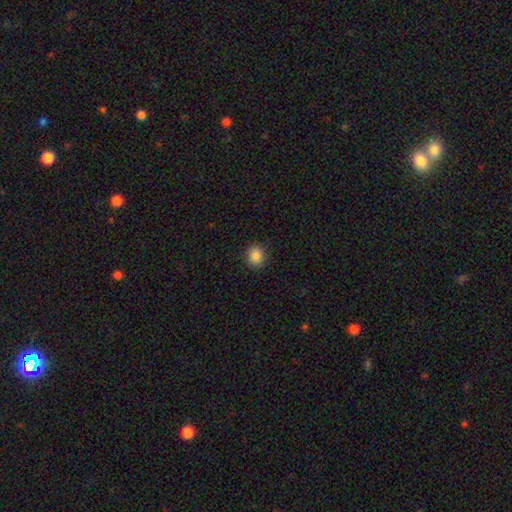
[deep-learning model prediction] This appears to be a smooth galaxy with no disk features (87%) that is round (79%). Merging: none (89%).